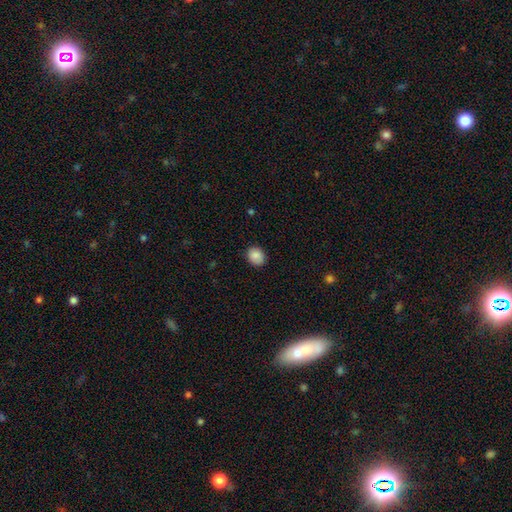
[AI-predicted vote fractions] Smooth or featured? Predicted: smooth (p=0.87). How rounded? Predicted: round (p=0.65). Merging? Predicted: none (p=0.87).